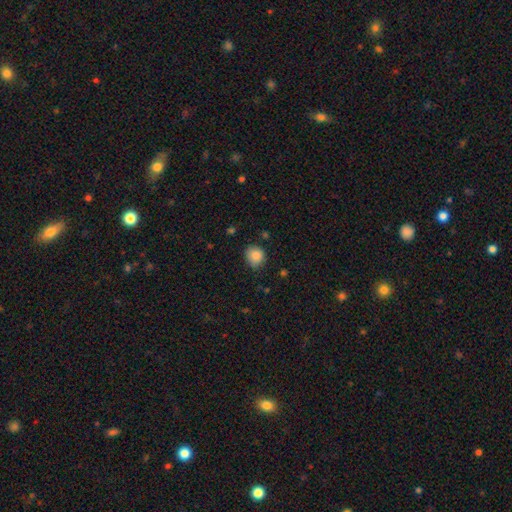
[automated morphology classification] A smooth galaxy with no disk features (85%) that is round (79%). Merging: none (76%).